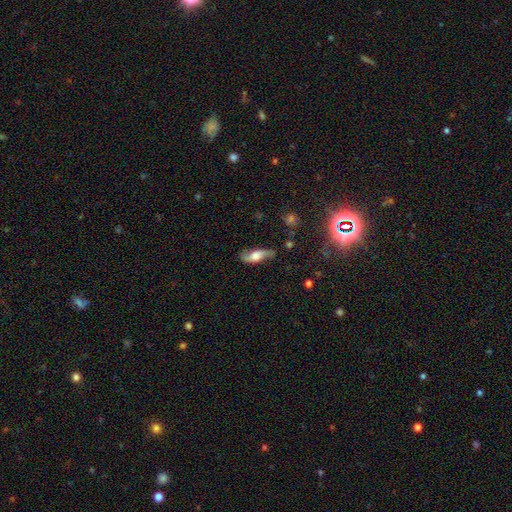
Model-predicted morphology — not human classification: A featured or disk galaxy (59%).

Vote fractions:
- Smooth or featured? featured or disk: 59% / smooth: 34% / star or artifact: 7%
- Edge-on disk? no: 69% / yes: 31%
- Merging? none: 68% / minor disturbance: 22% / major disturbance: 8% / merger: 3%